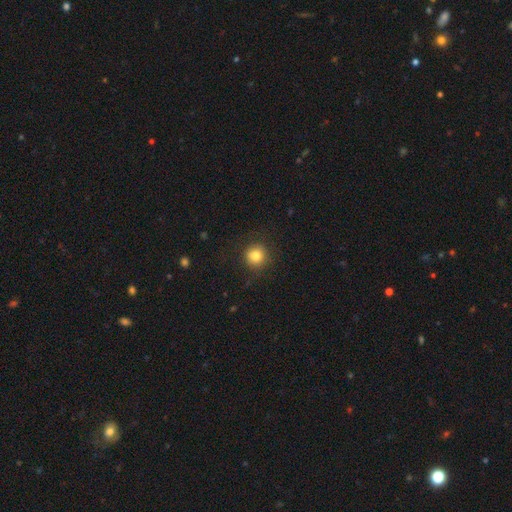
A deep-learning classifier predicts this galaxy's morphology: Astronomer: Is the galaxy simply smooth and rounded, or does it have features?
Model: smooth — 81%.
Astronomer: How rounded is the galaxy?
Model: round — 93%.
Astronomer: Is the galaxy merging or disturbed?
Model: none — 87%.